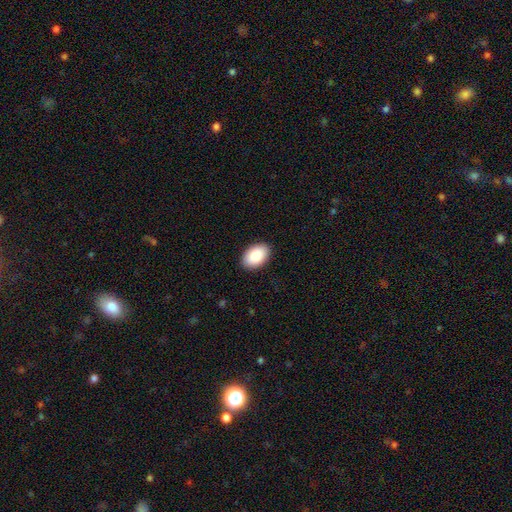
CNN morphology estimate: smooth-or-featured: smooth: 87% | star or artifact: 6% | featured or disk: 6%
  how-rounded: in between: 91% | round: 8% | cigar-shaped: 1%
  merging: none: 90% | minor disturbance: 7% | major disturbance: 2% | merger: 1%